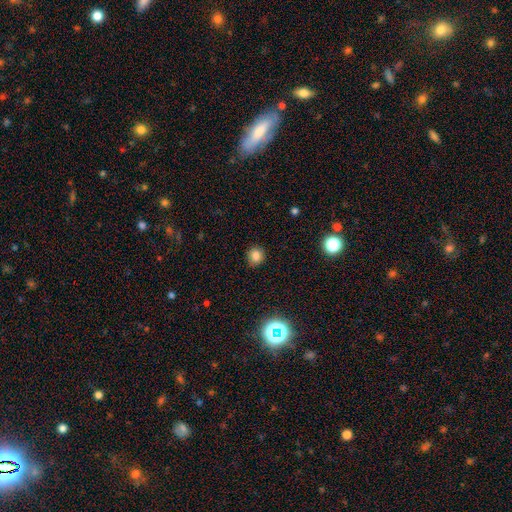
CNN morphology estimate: smooth-or-featured: smooth: 80% | star or artifact: 14% | featured or disk: 6%
  how-rounded: round: 85% | in between: 14% | cigar-shaped: 1%
  merging: none: 89% | minor disturbance: 8% | major disturbance: 2% | merger: 1%